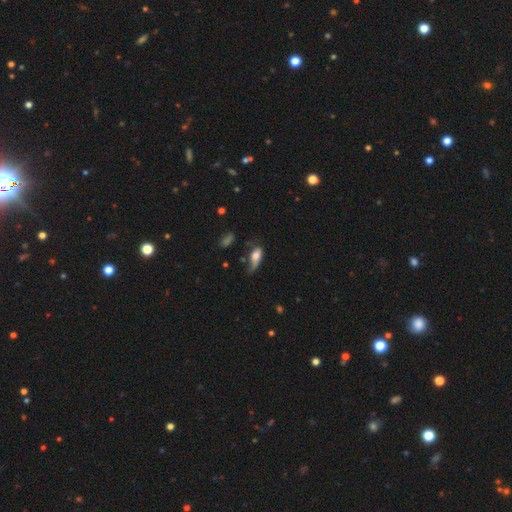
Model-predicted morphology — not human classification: Q: Smooth or featured?
A: smooth (70%); runner-up: featured or disk (21%)
Q: How rounded?
A: in between (81%); runner-up: cigar-shaped (14%)
Q: Merging?
A: minor disturbance (37%); runner-up: major disturbance (31%)